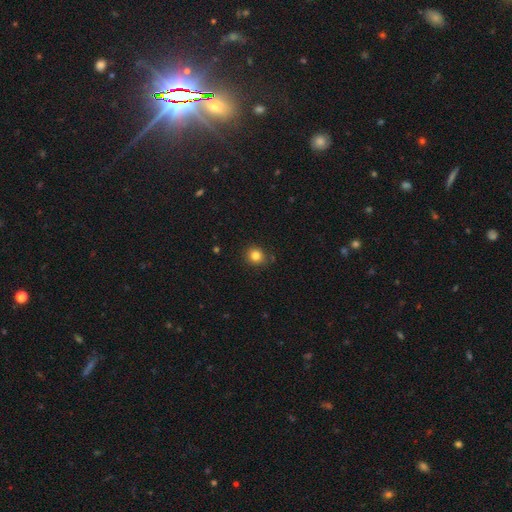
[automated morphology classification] Overall: smooth (82%). How rounded: round (85%). Merging: none (86%).